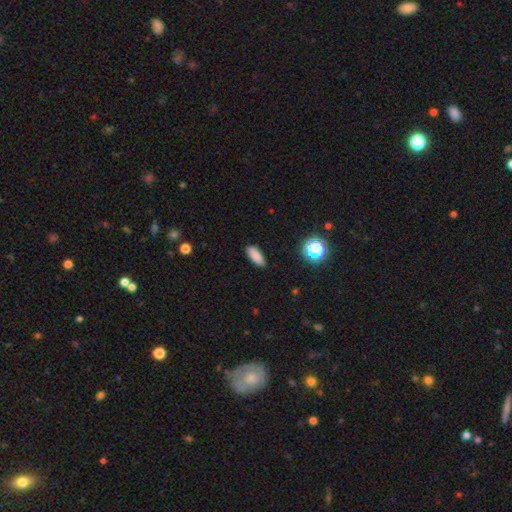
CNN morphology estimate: The model was most divided on "how rounded": in between: 73%, cigar-shaped: 24%, round: 3%. More confident: merging — none (87%); smooth or featured — smooth (85%).